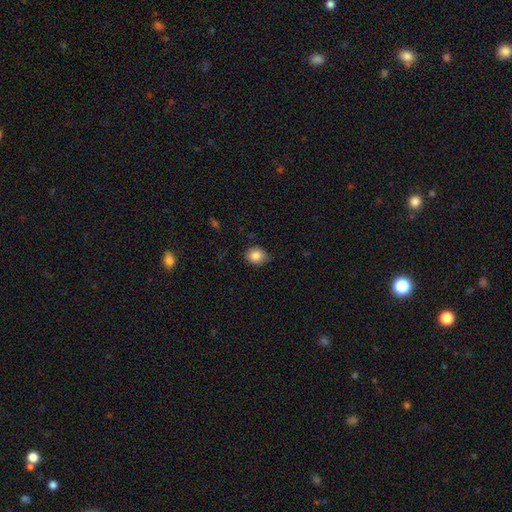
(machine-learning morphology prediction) Smooth or featured?
  - smooth: 86% *
  - star or artifact: 9%
  - featured or disk: 5%
How rounded?
  - round: 66% *
  - in between: 33%
  - cigar-shaped: 1%
Merging?
  - none: 76% *
  - minor disturbance: 20%
  - major disturbance: 3%
  - merger: 1%